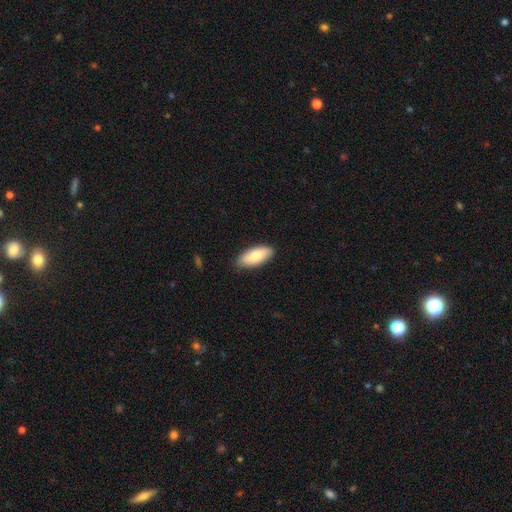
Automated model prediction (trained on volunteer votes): This appears to be a smooth galaxy with no disk features (80%) that is in between round and cigar-shaped (85%). Merging: none (86%).